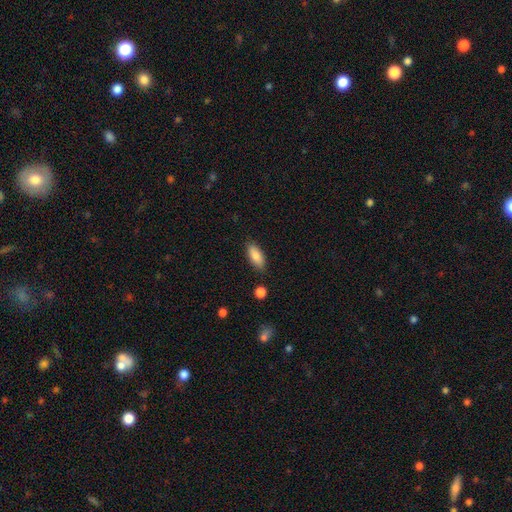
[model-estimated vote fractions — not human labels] A smooth galaxy with no disk features (85%) that is in between round and cigar-shaped (83%).

Vote fractions:
- Smooth or featured? smooth: 85% / featured or disk: 8% / star or artifact: 7%
- How rounded? in between: 83% / cigar-shaped: 15% / round: 2%
- Merging? none: 84% / minor disturbance: 11% / major disturbance: 2% / merger: 2%